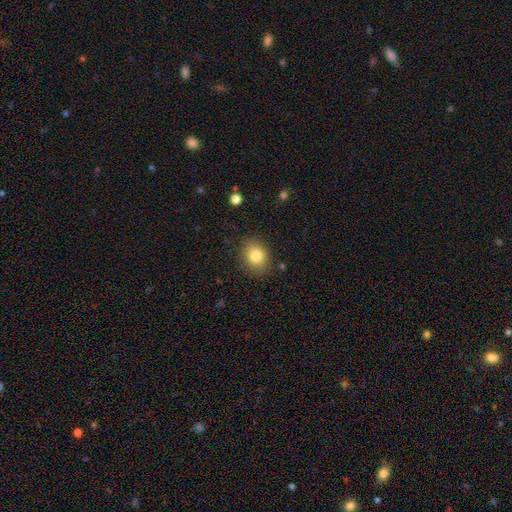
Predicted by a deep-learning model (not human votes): Smooth or featured? Predicted: smooth (p=0.82). How rounded? Predicted: round (p=0.51). Merging? Predicted: none (p=0.85).